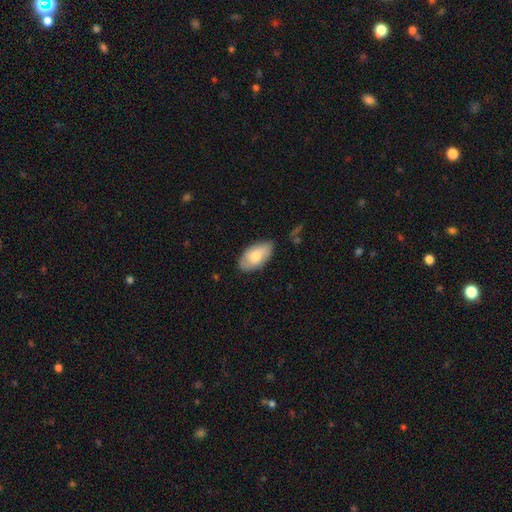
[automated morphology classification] smooth-or-featured: smooth: 74% | featured or disk: 21% | star or artifact: 6%
  how-rounded: in between: 94% | round: 3% | cigar-shaped: 2%
  merging: none: 76% | minor disturbance: 18% | major disturbance: 3% | merger: 2%